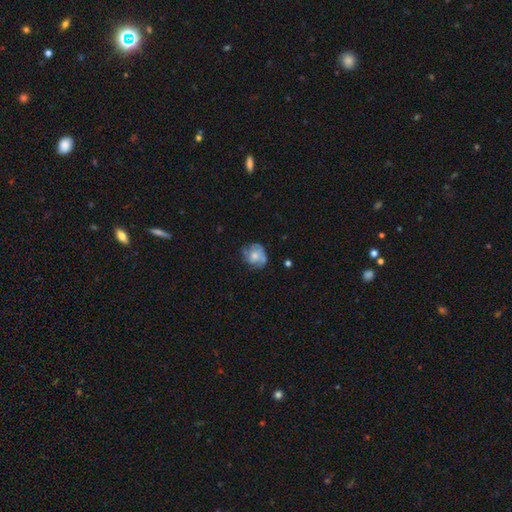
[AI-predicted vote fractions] Q: Smooth or featured?
A: featured or disk (53%); runner-up: smooth (38%)
Q: Edge-on disk?
A: no (98%); runner-up: yes (2%)
Q: Bar?
A: no (84%); runner-up: weak (14%)
Q: Spiral arms?
A: yes (57%); runner-up: no (43%)
Q: Bulge size?
A: moderate (50%); runner-up: small (39%)
Q: Merging?
A: none (58%); runner-up: minor disturbance (25%)